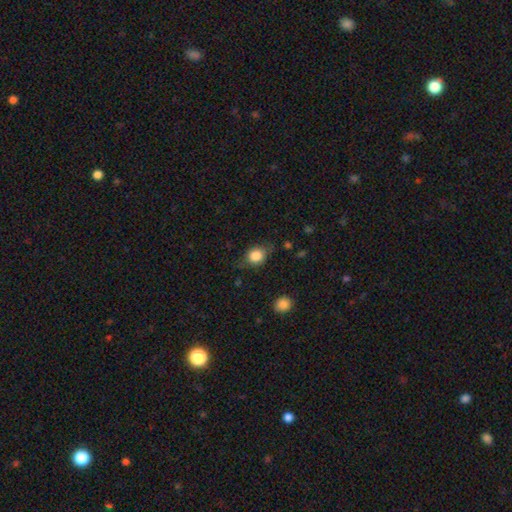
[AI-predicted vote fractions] Morphology: type=smooth (81%); roundness=round (58%); merging=none (67%).